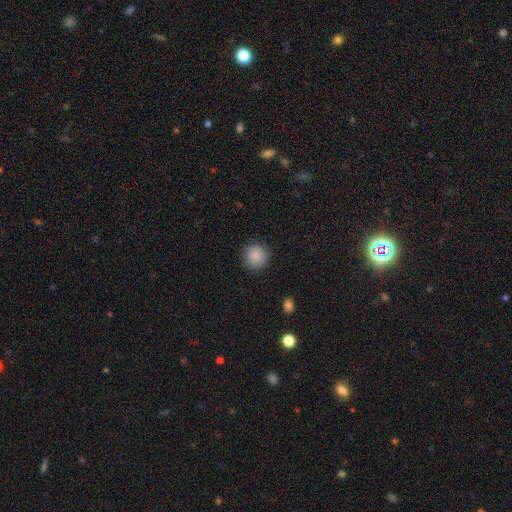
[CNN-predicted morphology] Smooth or featured: smooth — 88% (star or artifact — 9%)
How rounded: round — 94% (in between — 5%)
Merging: none — 89% (minor disturbance — 8%)